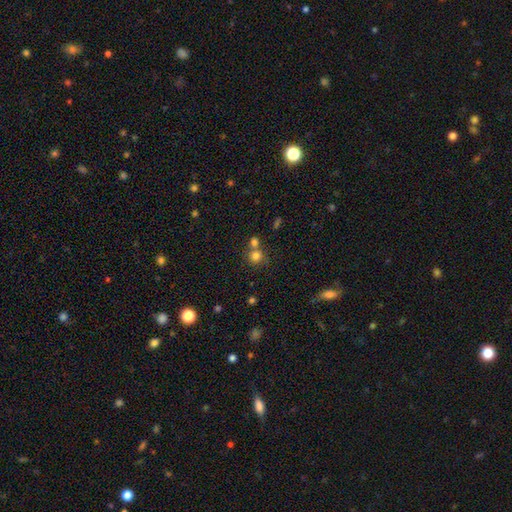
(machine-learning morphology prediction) A smooth galaxy with no disk features (77%) that is round (88%).

Vote fractions:
- Smooth or featured? smooth: 77% / star or artifact: 13% / featured or disk: 9%
- How rounded? round: 88% / in between: 11% / cigar-shaped: 1%
- Merging? none: 53% / merger: 35% / minor disturbance: 8% / major disturbance: 4%